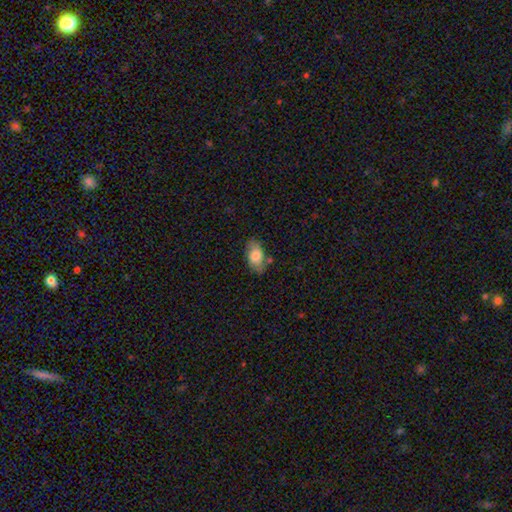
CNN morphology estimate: A smooth galaxy with no disk features (75%) that is in between round and cigar-shaped (91%). Merging: none (67%).